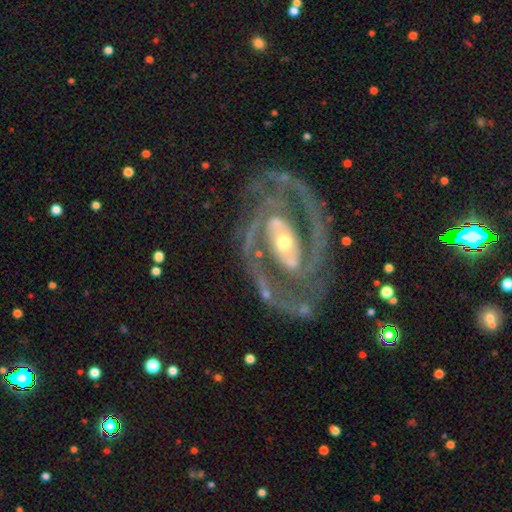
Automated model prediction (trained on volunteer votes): Smooth or featured: featured or disk — 92% (star or artifact — 5%)
Edge-on disk: no — 97% (yes — 3%)
Bar: strong — 47% (weak — 30%)
Spiral arms: yes — 97% (no — 3%)
Spiral winding: medium — 47% (tight — 46%)
Spiral arm count: 2 — 89% (3 — 3%)
Bulge size: small — 54% (moderate — 40%)
Merging: none — 79% (minor disturbance — 13%)